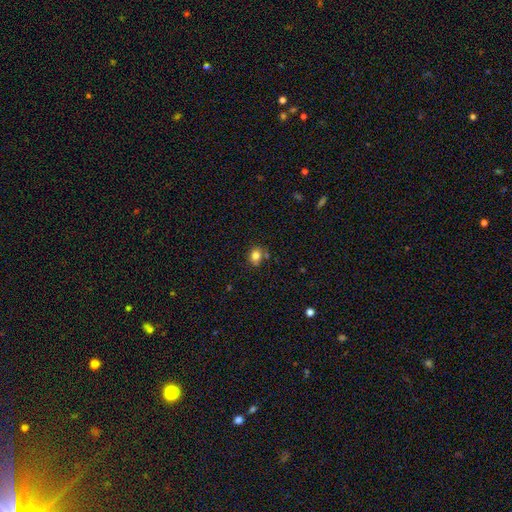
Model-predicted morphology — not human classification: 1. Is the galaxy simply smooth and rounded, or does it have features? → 80% smooth, 12% star or artifact, 8% featured or disk.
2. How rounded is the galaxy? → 57% round, 42% in between, 1% cigar-shaped.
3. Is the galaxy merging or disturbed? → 69% none, 17% minor disturbance, 10% merger, 4% major disturbance.